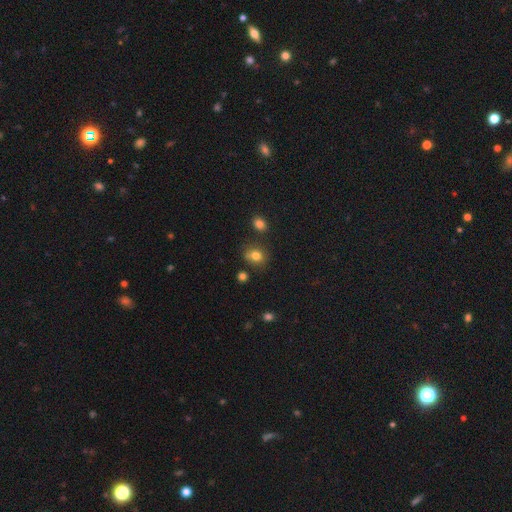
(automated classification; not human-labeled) Overall: smooth (78%). How rounded: round (64%; in between 35%). Merging: none (70%).